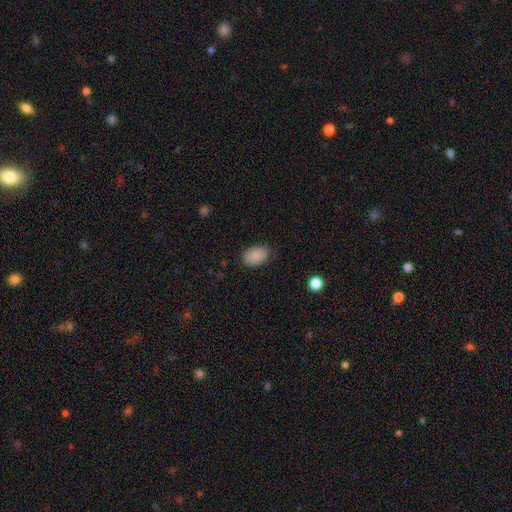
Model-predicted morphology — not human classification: Smooth or featured? smooth (89%)
How rounded? in between (89%)
Merging? none (81%)